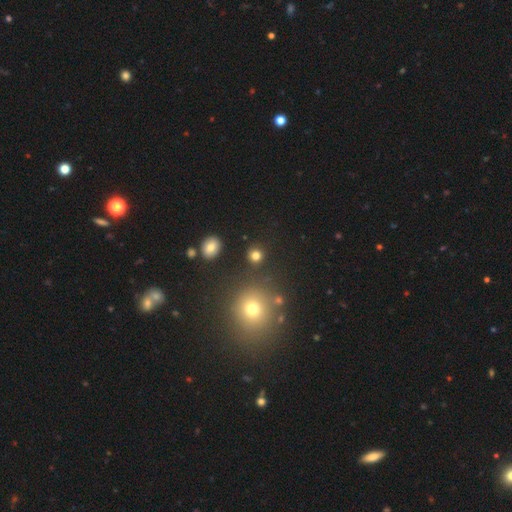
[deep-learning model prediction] Smooth or featured? smooth (80%)
How rounded? round (90%)
Merging? none (87%)